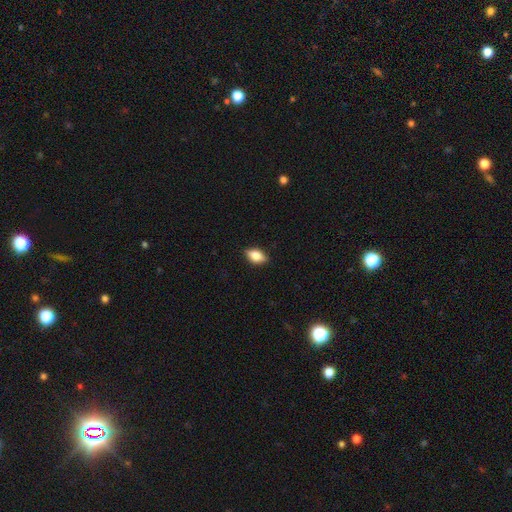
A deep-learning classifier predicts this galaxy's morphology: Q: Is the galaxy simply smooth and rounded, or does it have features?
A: smooth — 76%.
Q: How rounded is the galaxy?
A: in between — 86%.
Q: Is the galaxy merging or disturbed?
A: none — 86%.